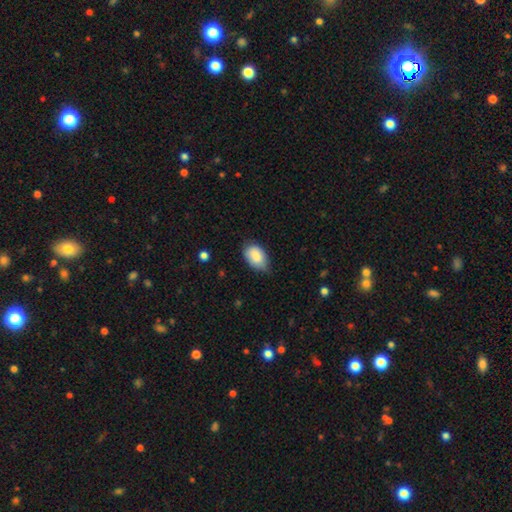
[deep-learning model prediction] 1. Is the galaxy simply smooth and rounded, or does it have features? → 85% smooth, 8% featured or disk, 6% star or artifact.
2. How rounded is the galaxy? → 91% in between, 8% round, 1% cigar-shaped.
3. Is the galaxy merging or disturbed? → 65% none, 29% minor disturbance, 4% major disturbance, 1% merger.